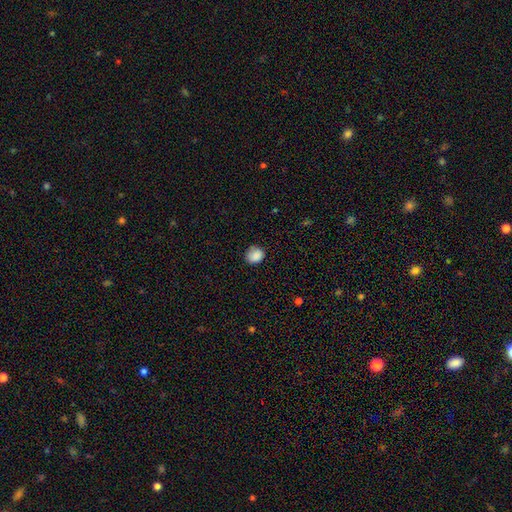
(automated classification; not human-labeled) Q: Smooth or featured?
A: smooth (87%); runner-up: star or artifact (9%)
Q: How rounded?
A: round (58%); runner-up: in between (42%)
Q: Merging?
A: none (72%); runner-up: minor disturbance (22%)